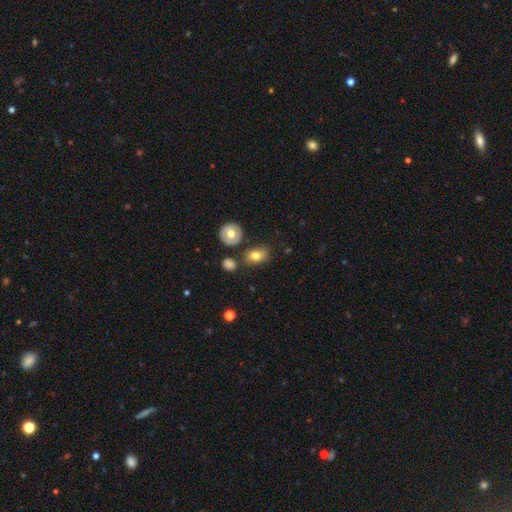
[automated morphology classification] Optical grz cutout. It shows a smooth galaxy with no disk features (73%) that is in between round and cigar-shaped (72%). Merging: none (73%).